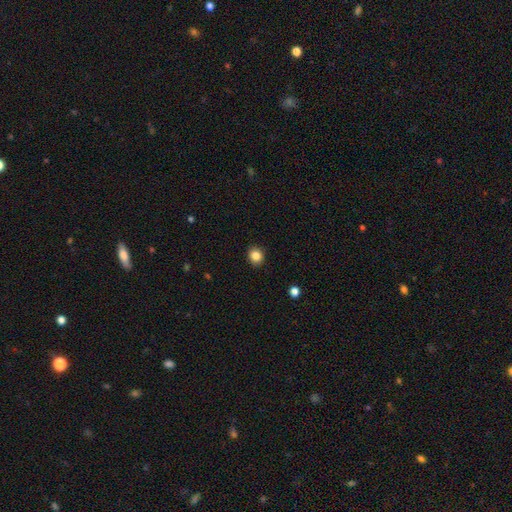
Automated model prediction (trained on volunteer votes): smooth-or-featured: smooth: 85% | star or artifact: 11% | featured or disk: 4%
  how-rounded: round: 74% | in between: 25% | cigar-shaped: 1%
  merging: none: 91% | minor disturbance: 6% | major disturbance: 2% | merger: 1%